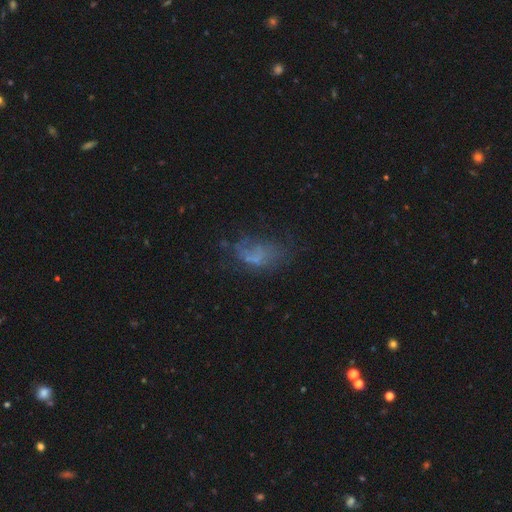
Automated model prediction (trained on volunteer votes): A smooth galaxy with no disk features (44%). Merging: none (39%).